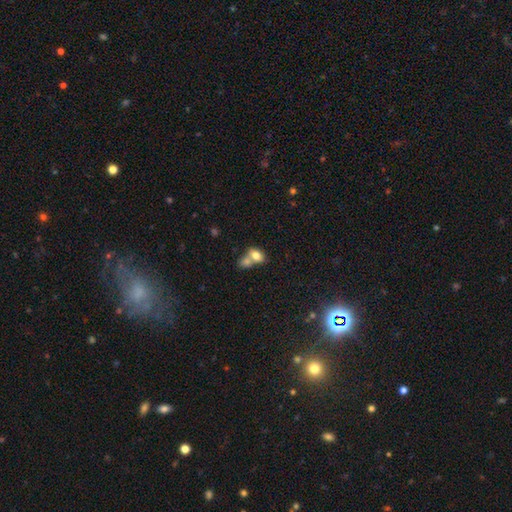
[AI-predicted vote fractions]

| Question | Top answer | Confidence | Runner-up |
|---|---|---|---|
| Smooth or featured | smooth | 76% | featured or disk (15%) |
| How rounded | in between | 69% | round (29%) |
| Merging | merger | 64% | none (24%) |